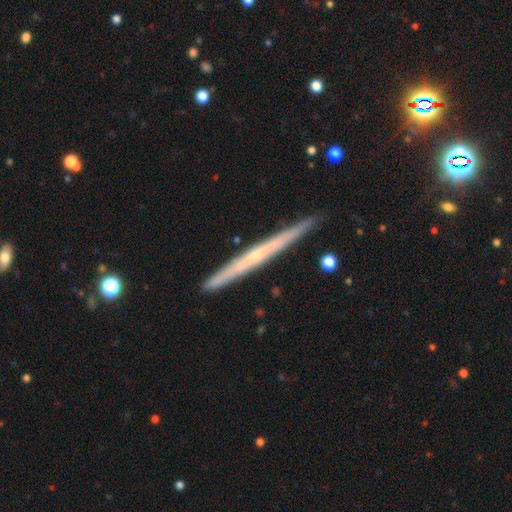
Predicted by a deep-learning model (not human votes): A featured or disk galaxy (64%) viewed edge-on (97%) with no central bulge (71%). Merging: none (90%).